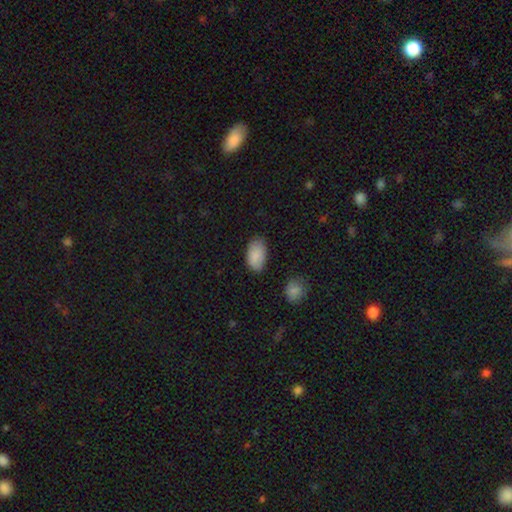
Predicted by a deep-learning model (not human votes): Smooth or featured: smooth — 89% (star or artifact — 6%)
How rounded: in between — 94% (round — 4%)
Merging: none — 78% (minor disturbance — 16%)